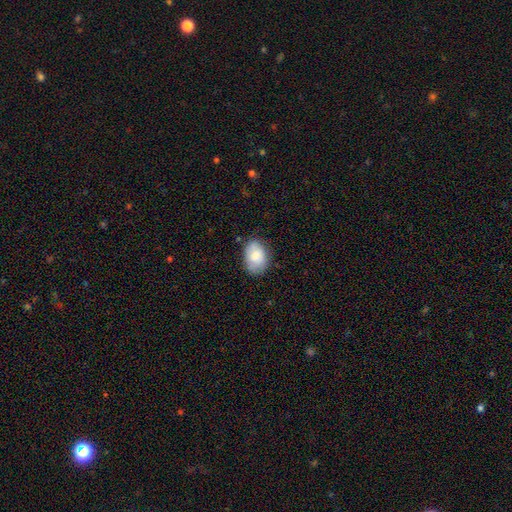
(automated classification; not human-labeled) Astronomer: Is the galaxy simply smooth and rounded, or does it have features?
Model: smooth — 75%.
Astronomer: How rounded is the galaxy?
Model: in between — 82%.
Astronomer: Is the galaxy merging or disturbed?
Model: none — 72%.